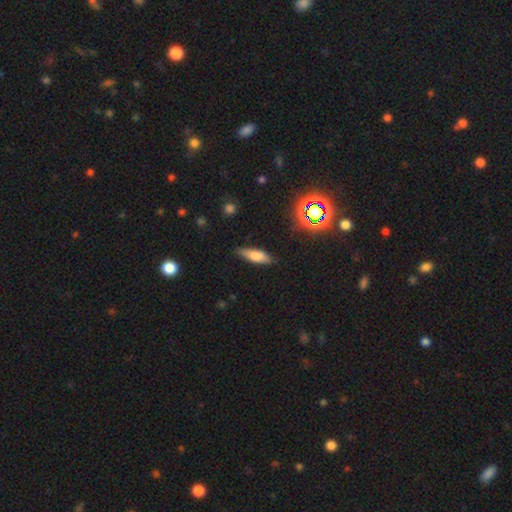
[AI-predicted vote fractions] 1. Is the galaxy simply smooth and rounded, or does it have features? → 68% smooth, 22% featured or disk, 10% star or artifact.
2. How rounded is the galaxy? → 53% cigar-shaped, 45% in between, 3% round.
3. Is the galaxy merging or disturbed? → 83% none, 13% minor disturbance, 3% major disturbance, 1% merger.